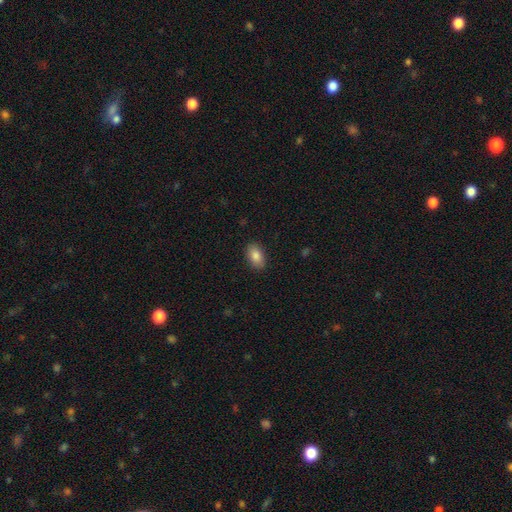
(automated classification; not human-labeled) The model was most divided on "smooth or featured": smooth: 85%, featured or disk: 8%, star or artifact: 7%. More confident: how rounded — in between (91%); merging — none (89%).